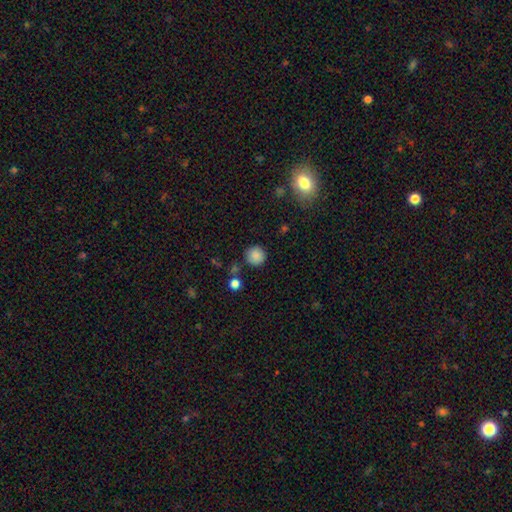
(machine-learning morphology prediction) The model was most divided on "merging": none: 84%, minor disturbance: 10%, merger: 4%, major disturbance: 3%. More confident: how rounded — round (93%); smooth or featured — smooth (86%).